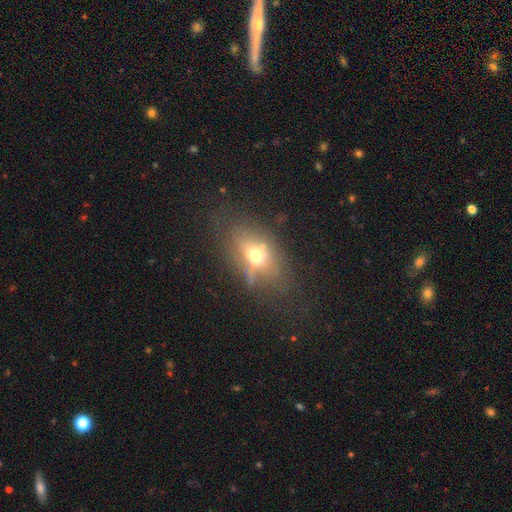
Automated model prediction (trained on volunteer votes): This appears to be a smooth galaxy with no disk features (55%) that is in between round and cigar-shaped (76%). Merging: none (52%).